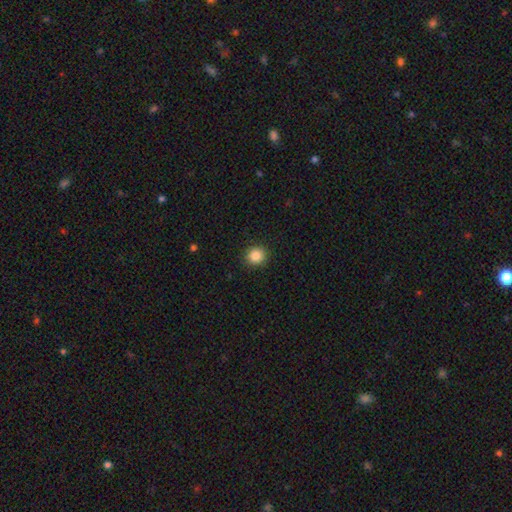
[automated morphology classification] A smooth galaxy with no disk features (85%) that is round (91%). Merging: none (92%).